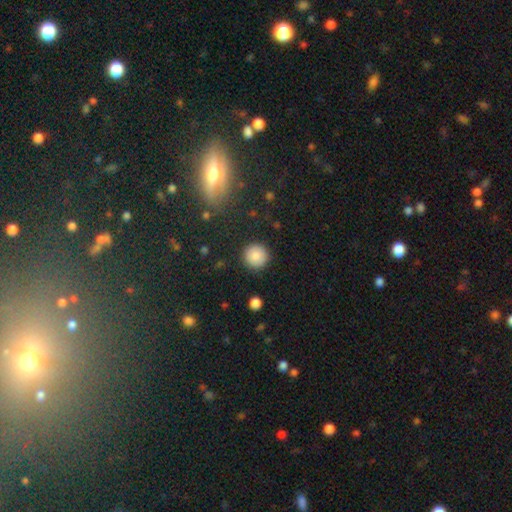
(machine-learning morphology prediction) A smooth galaxy with no disk features (87%) that is round (95%). Merging: none (91%).